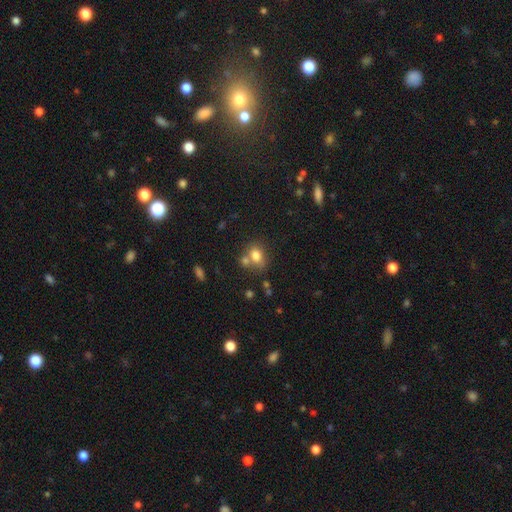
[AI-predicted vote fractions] smooth-or-featured: smooth: 78% | featured or disk: 11% | star or artifact: 11%
  how-rounded: in between: 60% | round: 39% | cigar-shaped: 1%
  merging: none: 49% | merger: 31% | minor disturbance: 14% | major disturbance: 5%